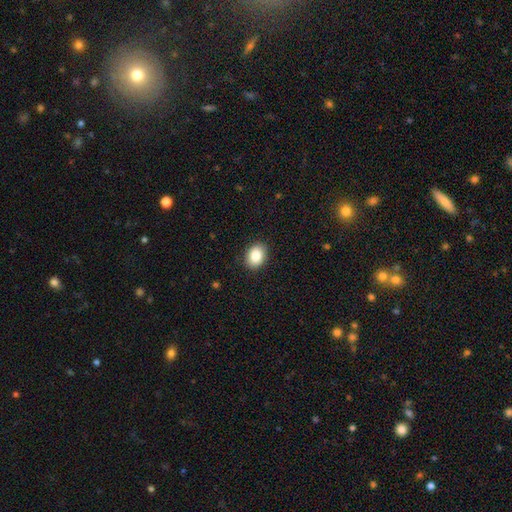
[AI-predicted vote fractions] Smooth or featured? Predicted: smooth (p=0.87). How rounded? Predicted: in between (p=0.65). Merging? Predicted: none (p=0.89).